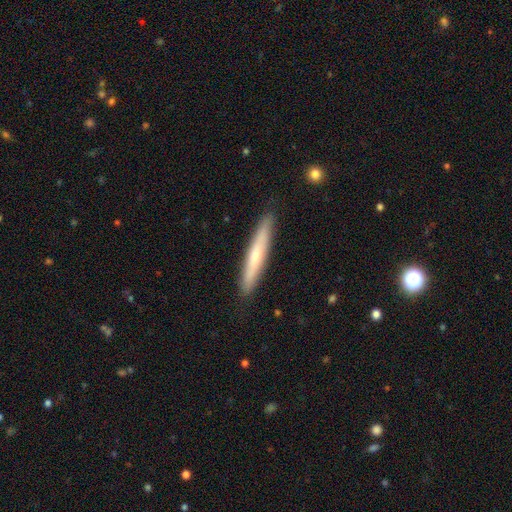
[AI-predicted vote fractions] smooth-or-featured: smooth: 56% | featured or disk: 38% | star or artifact: 6%
  how-rounded: cigar-shaped: 95% | in between: 4% | round: 1%
  merging: none: 89% | minor disturbance: 8% | major disturbance: 1% | merger: 1%